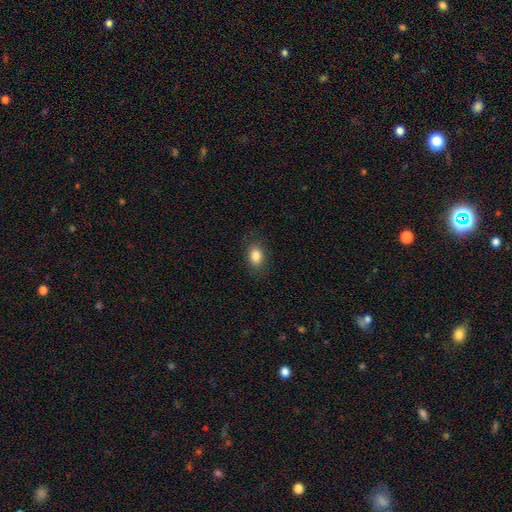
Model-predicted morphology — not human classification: A smooth galaxy with no disk features (85%) that is in between round and cigar-shaped (73%). Merging: none (85%).